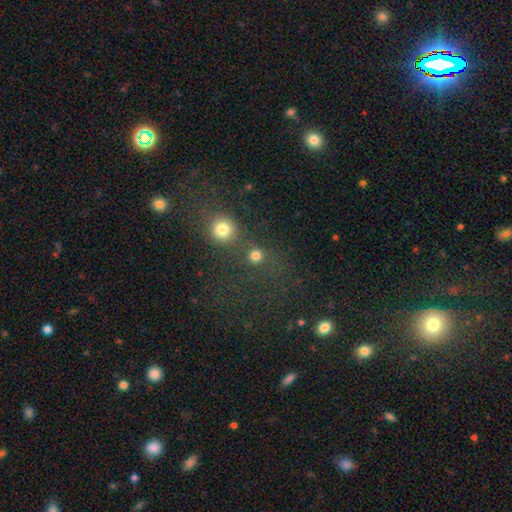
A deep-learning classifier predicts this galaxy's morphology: Smooth or featured? Predicted: smooth (p=0.79). How rounded? Predicted: round (p=0.92). Merging? Predicted: none (p=0.65).